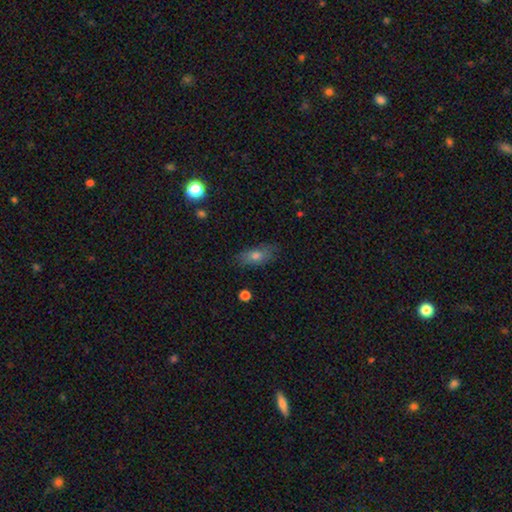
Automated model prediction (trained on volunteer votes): Morphology: type=smooth (70%); roundness=in between (77%); merging=none (80%).